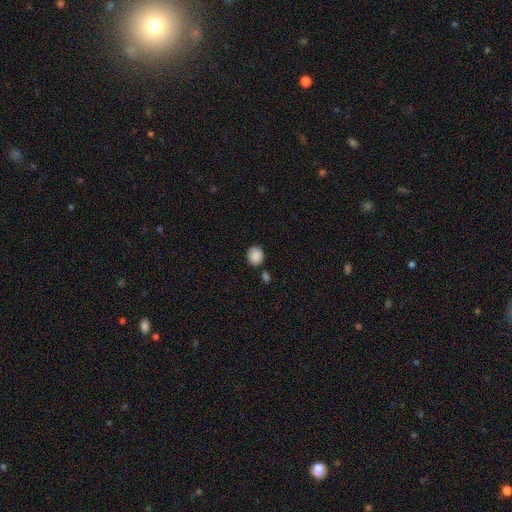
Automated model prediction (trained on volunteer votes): smooth-or-featured: smooth: 89% | star or artifact: 8% | featured or disk: 3%
  how-rounded: round: 77% | in between: 23% | cigar-shaped: 1%
  merging: none: 81% | minor disturbance: 10% | merger: 6% | major disturbance: 3%